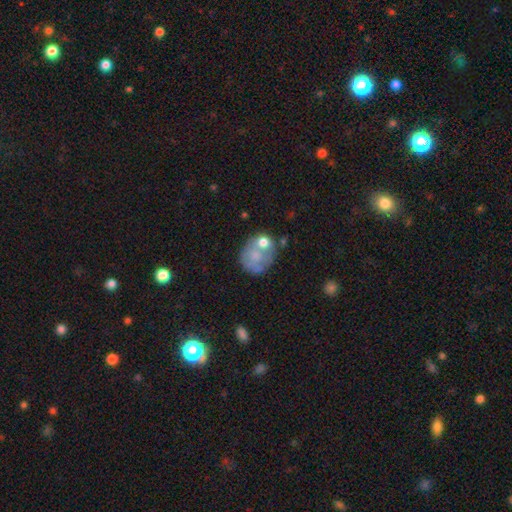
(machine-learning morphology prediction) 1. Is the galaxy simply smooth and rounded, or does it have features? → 55% smooth, 36% featured or disk, 9% star or artifact.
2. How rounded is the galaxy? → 70% round, 29% in between, 1% cigar-shaped.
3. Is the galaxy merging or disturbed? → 41% none, 24% merger, 20% minor disturbance, 14% major disturbance.